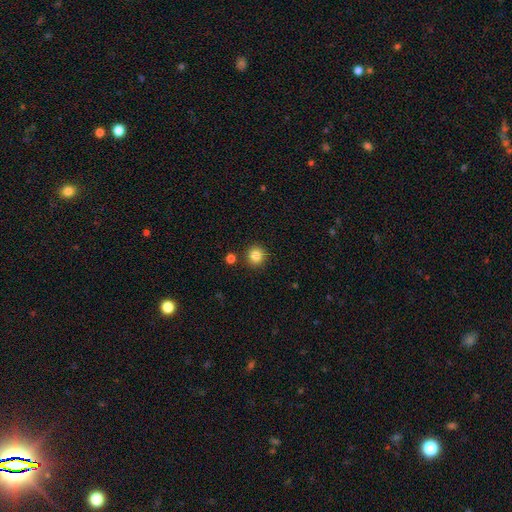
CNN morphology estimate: type=smooth (84%); roundness=round (93%); merging=none (89%).